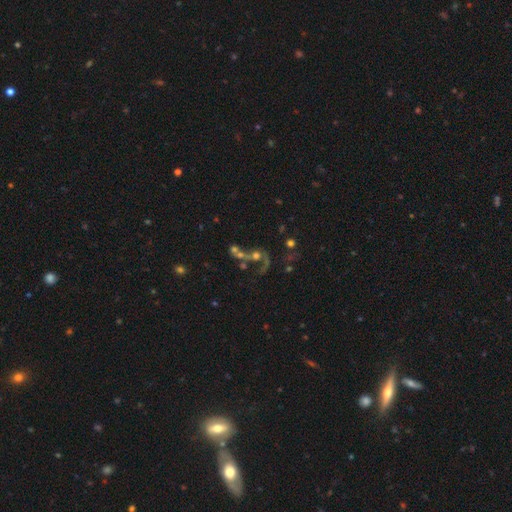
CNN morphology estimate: star or artifact 41%, featured or disk 38%, smooth 21%.